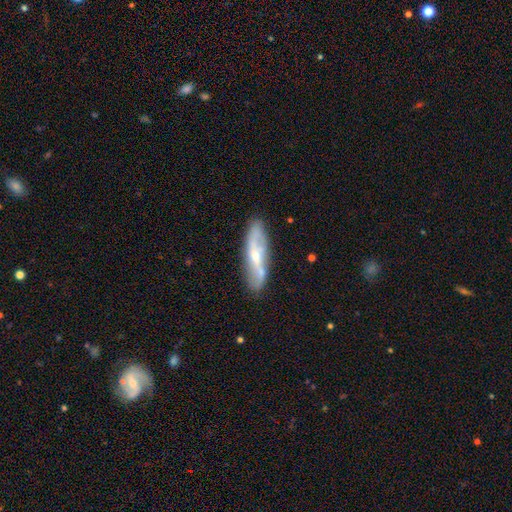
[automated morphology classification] Smooth or featured: featured or disk — 64% (smooth — 30%)
Edge-on disk: no — 66% (yes — 34%)
Merging: none — 76% (minor disturbance — 16%)